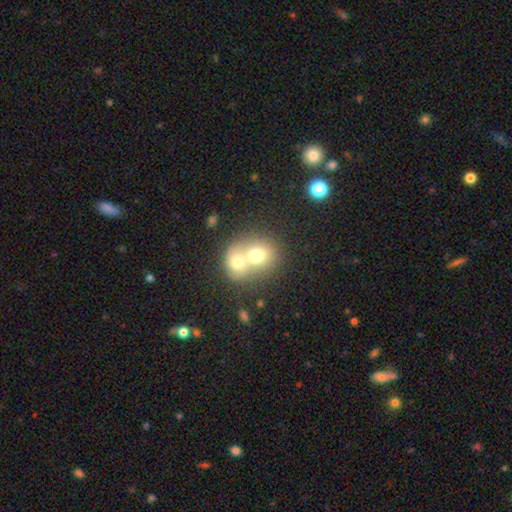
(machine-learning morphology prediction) smooth 67%, featured or disk 23%, star or artifact 10%. Down the decision tree: how rounded — round (67%); merging — merger (72%).